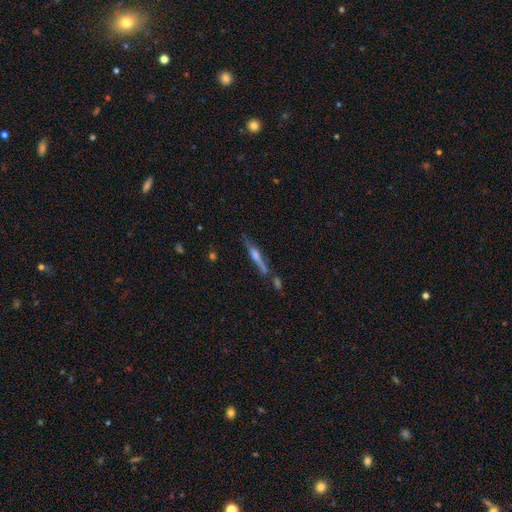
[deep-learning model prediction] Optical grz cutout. It shows a featured or disk galaxy (70%) viewed edge-on (96%) with a rounded central bulge (74%). Merging: none (71%).